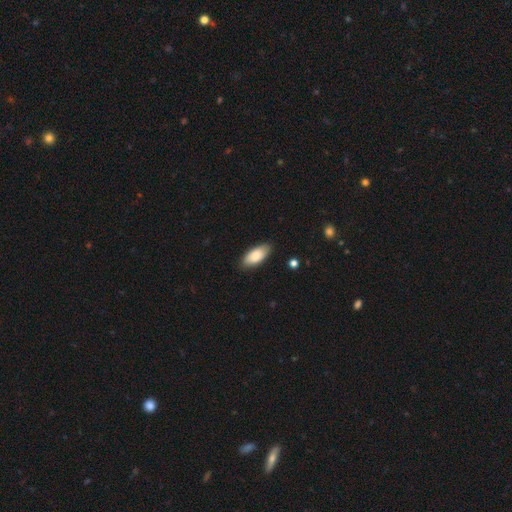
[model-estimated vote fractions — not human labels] smooth-or-featured: smooth: 85% | featured or disk: 9% | star or artifact: 6%
  how-rounded: in between: 89% | cigar-shaped: 9% | round: 2%
  merging: none: 85% | minor disturbance: 11% | major disturbance: 2% | merger: 1%